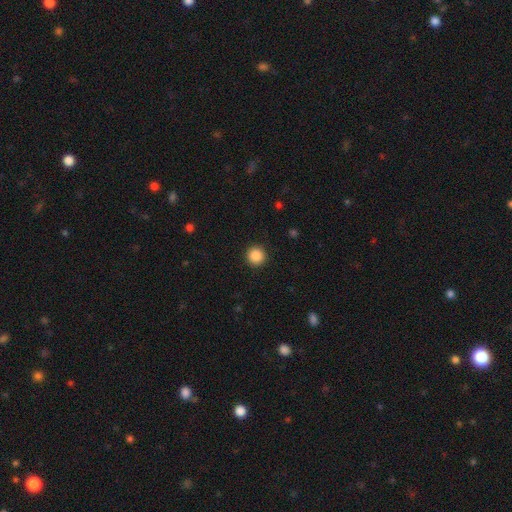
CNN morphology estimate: Smooth or featured?
  - smooth: 87% *
  - star or artifact: 10%
  - featured or disk: 3%
How rounded?
  - round: 95% *
  - in between: 4%
  - cigar-shaped: 1%
Merging?
  - none: 92% *
  - minor disturbance: 5%
  - major disturbance: 2%
  - merger: 1%